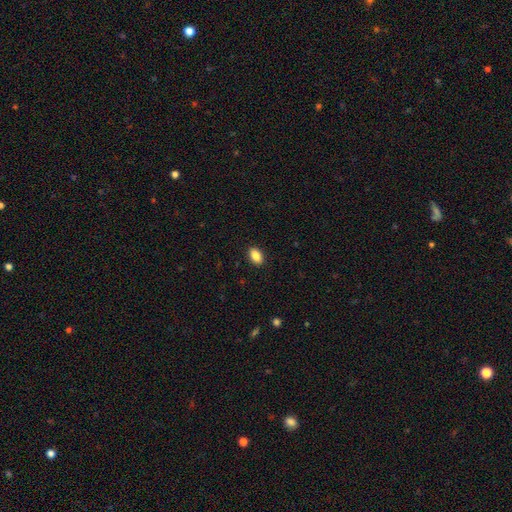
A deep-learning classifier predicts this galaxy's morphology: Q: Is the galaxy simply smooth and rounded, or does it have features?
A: smooth — 87%.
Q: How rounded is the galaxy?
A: in between — 89%.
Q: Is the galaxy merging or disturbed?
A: none — 90%.